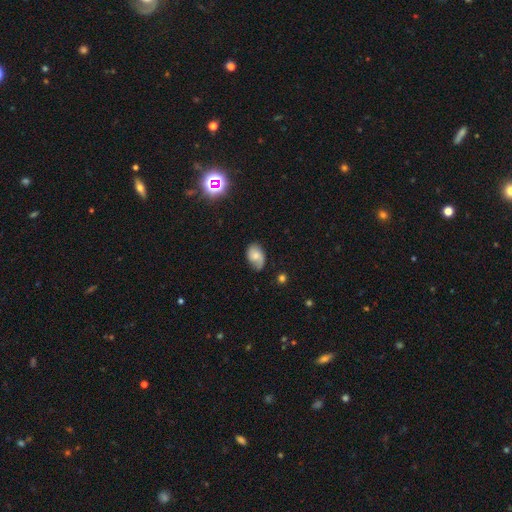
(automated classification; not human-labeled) This appears to be a smooth galaxy with no disk features (58%) that is in between round and cigar-shaped (85%). Merging: none (59%).